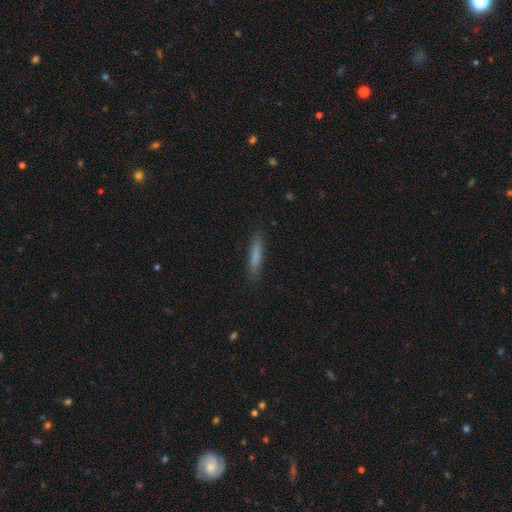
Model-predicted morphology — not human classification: Overall: smooth (77%). How rounded: cigar-shaped (88%). Merging: none (86%).